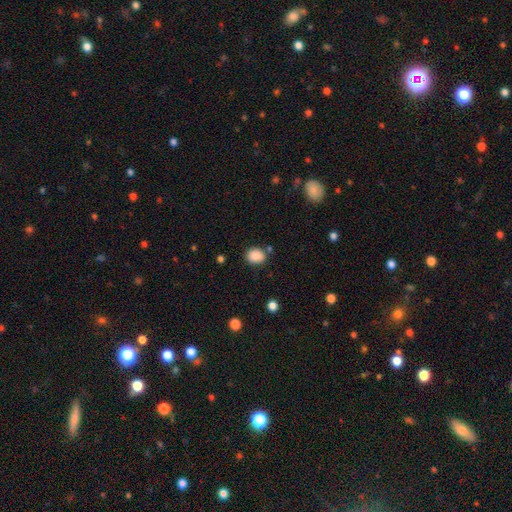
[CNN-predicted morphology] Overall: smooth (87%). How rounded: in between (50%; round 49%). Merging: none (77%).